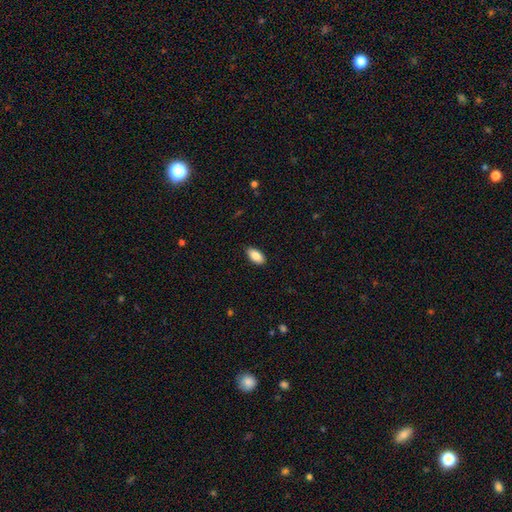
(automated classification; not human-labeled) Smooth or featured?
  - smooth: 88% *
  - star or artifact: 7%
  - featured or disk: 6%
How rounded?
  - in between: 93% *
  - cigar-shaped: 5%
  - round: 2%
Merging?
  - none: 89% *
  - minor disturbance: 8%
  - major disturbance: 2%
  - merger: 1%